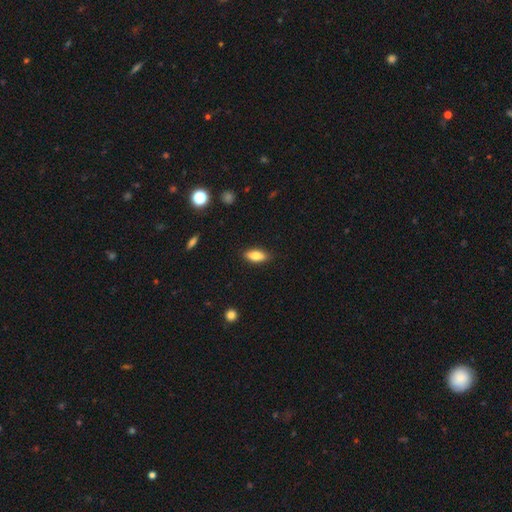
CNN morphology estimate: Smooth or featured? Predicted: smooth (p=0.77). How rounded? Predicted: in between (p=0.80). Merging? Predicted: none (p=0.87).